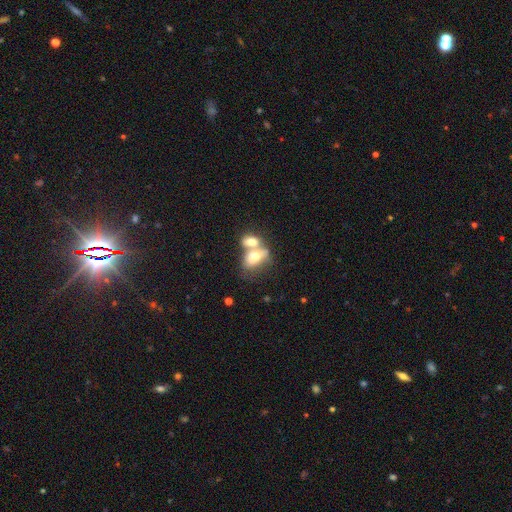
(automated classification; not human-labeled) smooth-or-featured: smooth: 67% | featured or disk: 25% | star or artifact: 7%
  how-rounded: in between: 84% | round: 11% | cigar-shaped: 5%
  merging: merger: 73% | none: 14% | minor disturbance: 7% | major disturbance: 6%